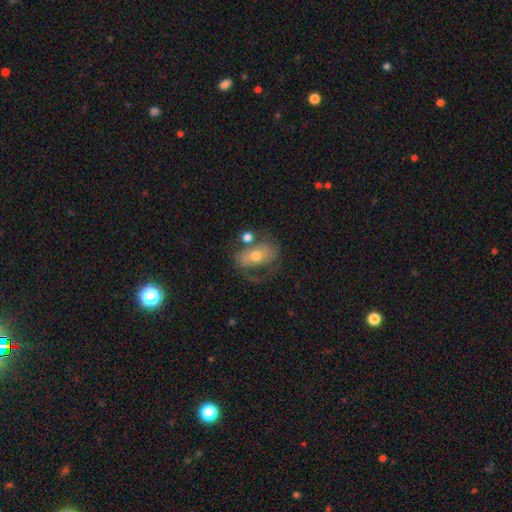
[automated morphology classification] Smooth or featured?
  - featured or disk: 58% *
  - smooth: 33%
  - star or artifact: 9%
Edge-on disk?
  - no: 95% *
  - yes: 5%
Bar?
  - no: 53% *
  - weak: 31%
  - strong: 16%
Spiral arms?
  - yes: 69% *
  - no: 31%
Bulge size?
  - moderate: 71% *
  - small: 20%
  - large: 7%
  - none: 1%
  - dominant: 1%
Merging?
  - none: 43% *
  - major disturbance: 22%
  - minor disturbance: 20%
  - merger: 15%